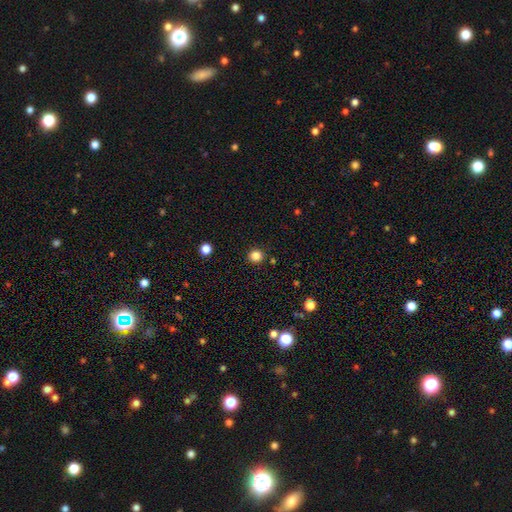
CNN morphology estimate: type=smooth (84%); roundness=round (93%); merging=none (91%).